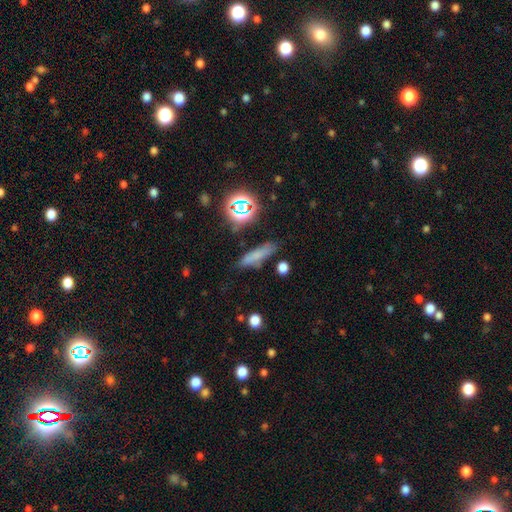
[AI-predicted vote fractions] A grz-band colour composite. It shows a smooth galaxy with no disk features (68%) that is cigar-shaped (65%). Merging: none (73%).